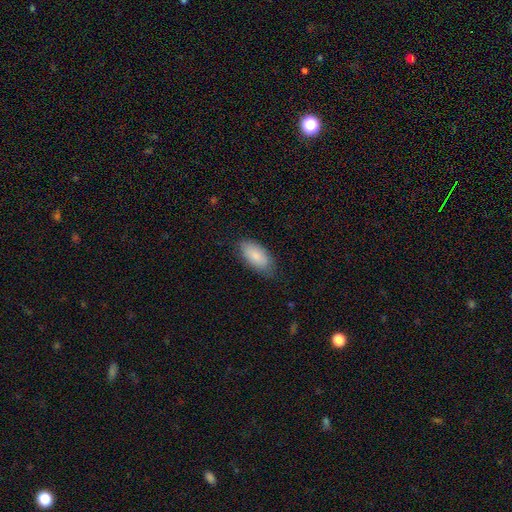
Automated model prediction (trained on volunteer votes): smooth 85%, featured or disk 9%, star or artifact 6%. Down the decision tree: how rounded — in between (91%); merging — none (76%).